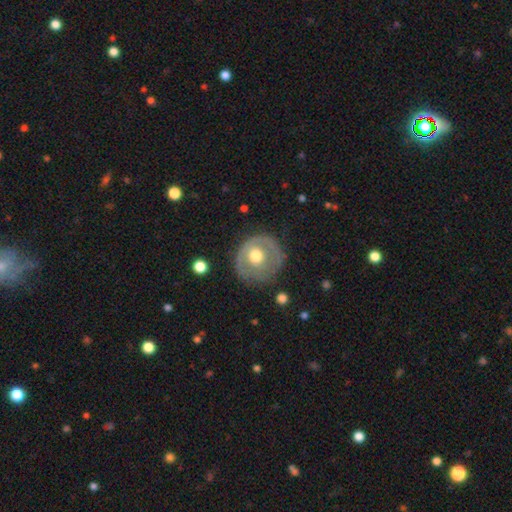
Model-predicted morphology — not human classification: smooth-or-featured: featured or disk: 50% | smooth: 44% | star or artifact: 6%
  merging: none: 67% | minor disturbance: 20% | major disturbance: 10% | merger: 2%